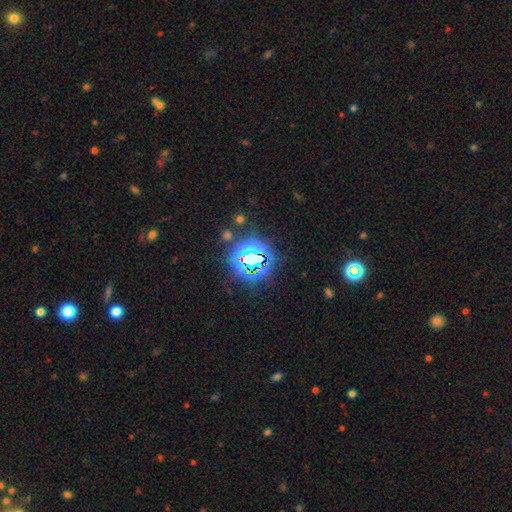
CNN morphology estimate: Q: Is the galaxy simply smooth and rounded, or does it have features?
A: star or artifact — 82%.